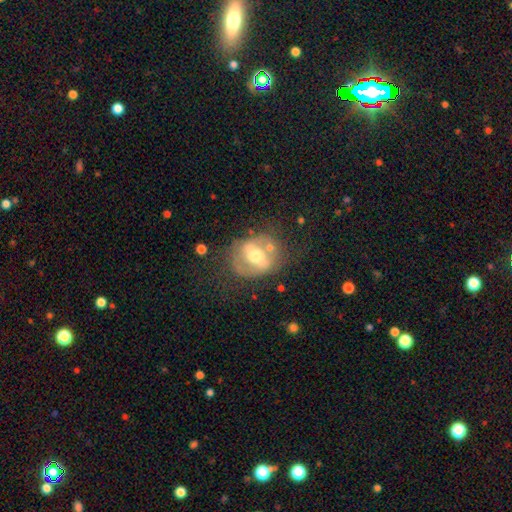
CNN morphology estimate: type=featured or disk (66%); edge-on=no (92%); bar=strong (51%); spiral arms=no (62%); bulge=moderate (72%); merging=none (63%).